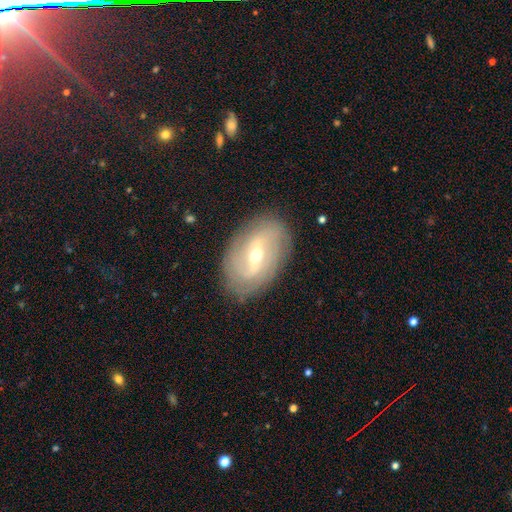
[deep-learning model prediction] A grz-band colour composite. It shows a featured or disk galaxy (77%) with a weak bar (46%), 2 (58%) tight (41%) spiral arms (81%) and a moderate central bulge (51%). Merging: none (83%).